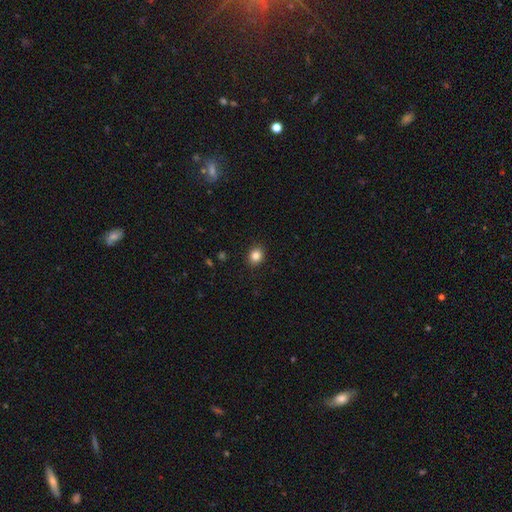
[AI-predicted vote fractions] Smooth or featured: smooth — 84% (star or artifact — 11%)
How rounded: round — 66% (in between — 34%)
Merging: none — 90% (minor disturbance — 7%)